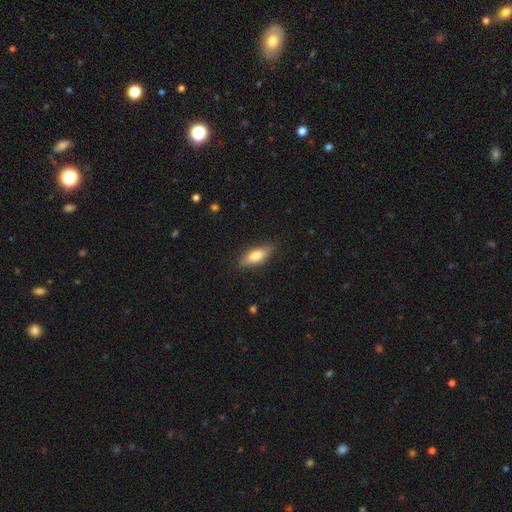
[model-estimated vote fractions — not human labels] Smooth or featured?
  - smooth: 65% *
  - featured or disk: 29%
  - star or artifact: 6%
How rounded?
  - in between: 59% *
  - cigar-shaped: 38%
  - round: 3%
Merging?
  - none: 84% *
  - minor disturbance: 12%
  - major disturbance: 2%
  - merger: 1%